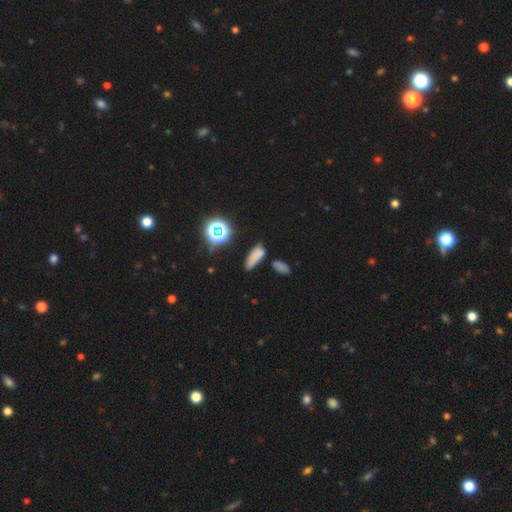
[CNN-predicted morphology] This is likely a smooth galaxy (70%). How rounded: likely in between (64%). Merging: possibly none (59%).